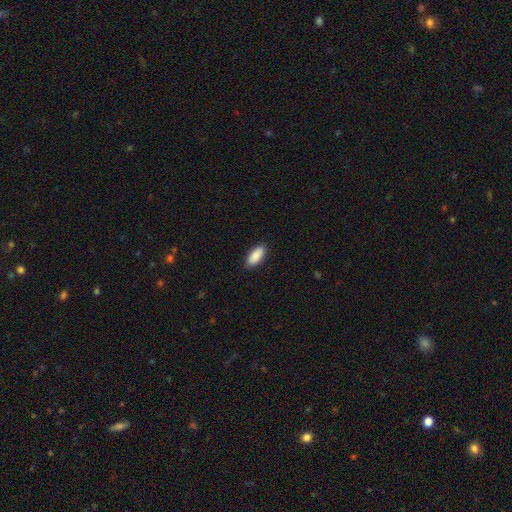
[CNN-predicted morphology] Overall: smooth (89%). How rounded: in between (89%). Merging: none (89%).